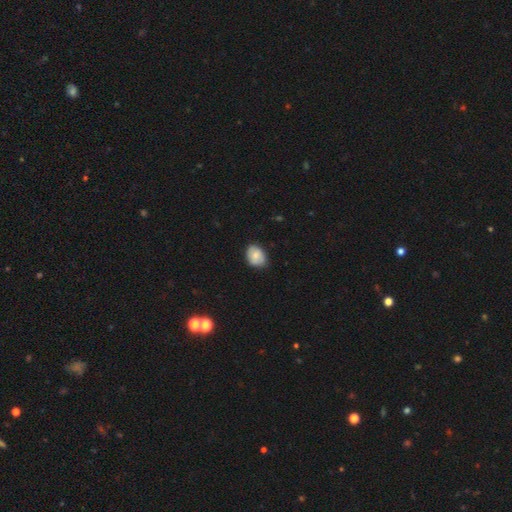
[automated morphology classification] The model was most divided on "how rounded": in between: 62%, round: 37%, cigar-shaped: 1%. More confident: smooth or featured — smooth (74%); merging — none (71%).